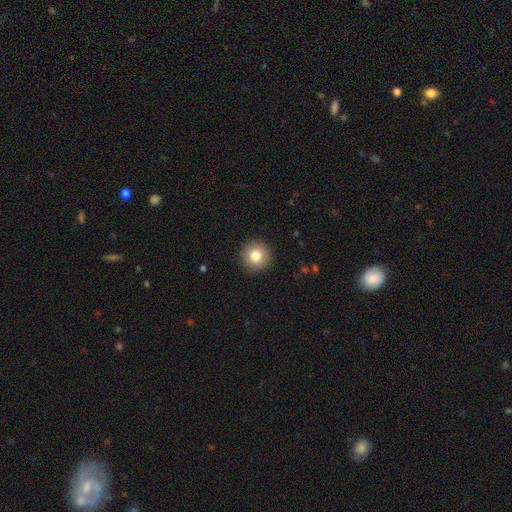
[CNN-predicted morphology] Smooth or featured? smooth (82%)
How rounded? round (95%)
Merging? none (92%)